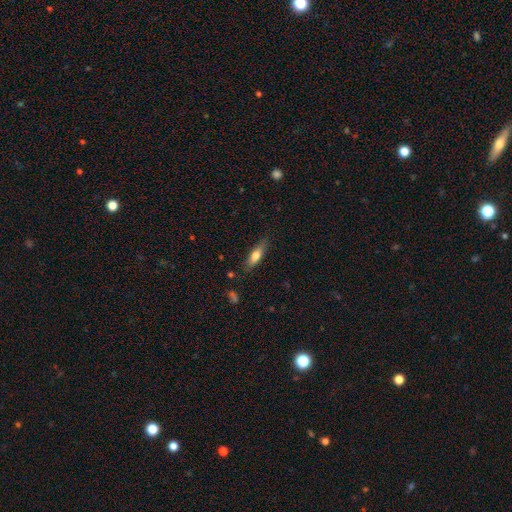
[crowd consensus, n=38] Morphology: type=smooth (71%); roundness=cigar-shaped (52%); merging=none (78%).